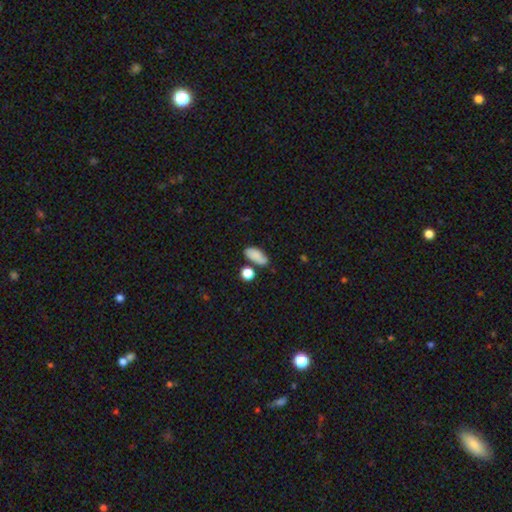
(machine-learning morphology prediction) Smooth or featured: smooth — 82% (star or artifact — 9%)
How rounded: in between — 86% (cigar-shaped — 7%)
Merging: none — 64% (minor disturbance — 18%)